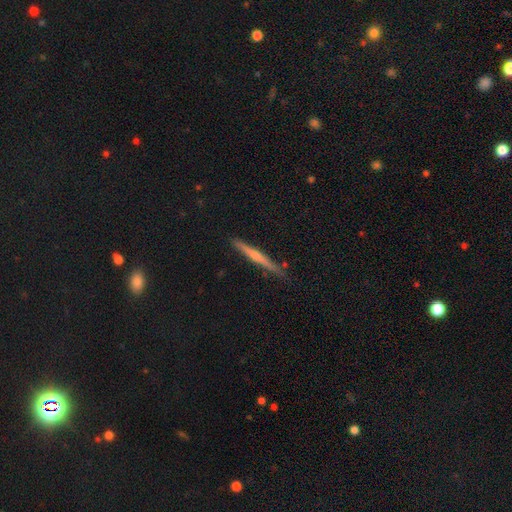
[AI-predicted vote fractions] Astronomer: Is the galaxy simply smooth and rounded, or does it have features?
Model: featured or disk — 61%.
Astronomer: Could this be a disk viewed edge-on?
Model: yes — 98%.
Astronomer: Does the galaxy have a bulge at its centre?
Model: rounded — 64%.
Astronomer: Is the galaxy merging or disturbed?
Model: none — 85%.